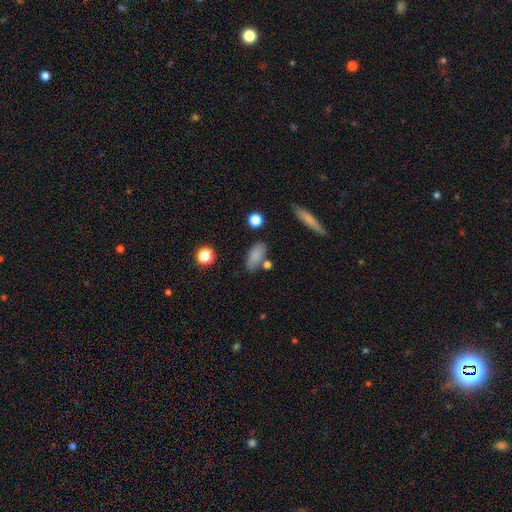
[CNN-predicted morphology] Smooth or featured? Predicted: smooth (p=0.81). How rounded? Predicted: in between (p=0.85). Merging? Predicted: none (p=0.67).